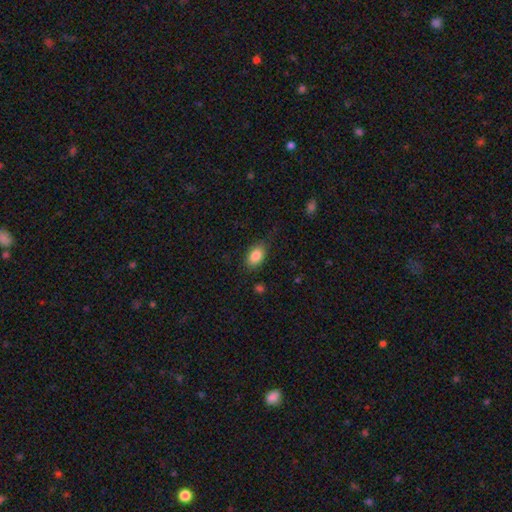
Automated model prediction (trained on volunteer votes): smooth_or_featured: smooth (p=0.86) [alt: star or artifact p=0.08]
how_rounded: in between (p=0.87) [alt: round p=0.11]
merging: none (p=0.77) [alt: minor disturbance p=0.17]